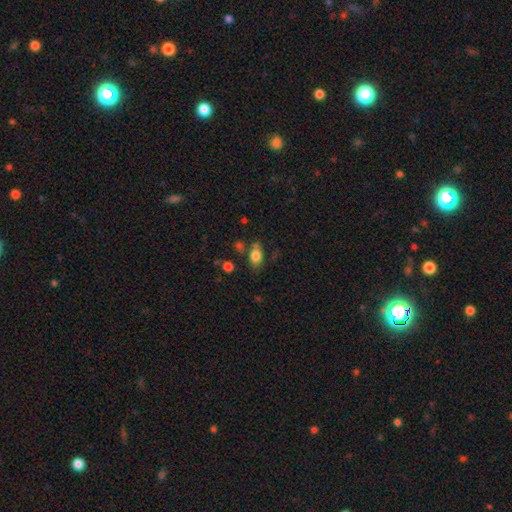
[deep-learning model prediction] Q: Smooth or featured?
A: smooth (80%); runner-up: featured or disk (10%)
Q: How rounded?
A: in between (80%); runner-up: round (18%)
Q: Merging?
A: none (63%); runner-up: minor disturbance (19%)